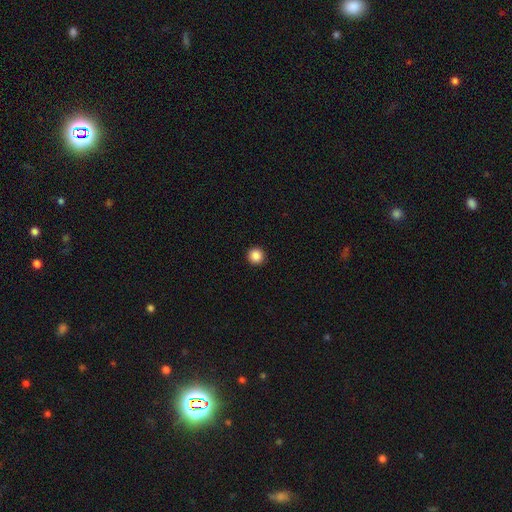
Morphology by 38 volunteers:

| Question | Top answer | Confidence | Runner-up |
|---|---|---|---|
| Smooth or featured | smooth | 87% | featured or disk (8%) |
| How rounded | round | 100% | — |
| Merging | none | 92% | major disturbance (6%) |